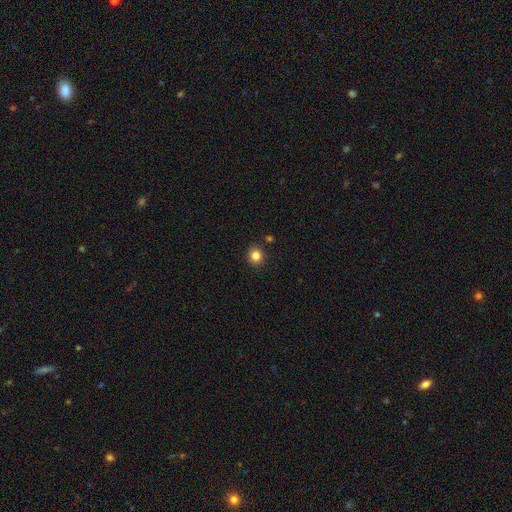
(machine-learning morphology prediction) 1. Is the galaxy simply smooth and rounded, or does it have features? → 84% smooth, 12% star or artifact, 5% featured or disk.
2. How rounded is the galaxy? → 87% round, 12% in between, 1% cigar-shaped.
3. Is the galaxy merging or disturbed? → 89% none, 7% minor disturbance, 3% merger, 2% major disturbance.